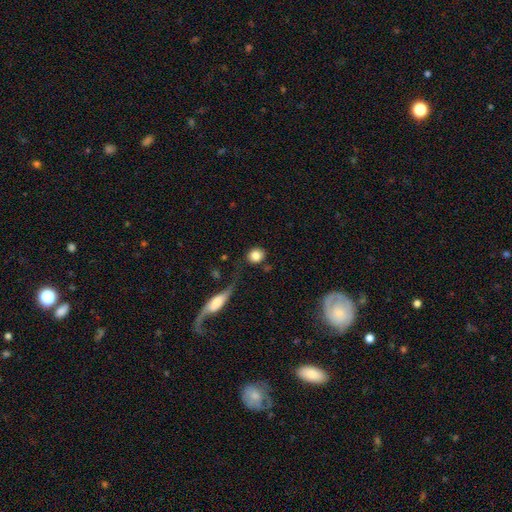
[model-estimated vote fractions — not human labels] smooth-or-featured: smooth: 83% | featured or disk: 9% | star or artifact: 8%
  how-rounded: round: 83% | in between: 15% | cigar-shaped: 2%
  merging: none: 74% | minor disturbance: 12% | merger: 8% | major disturbance: 7%